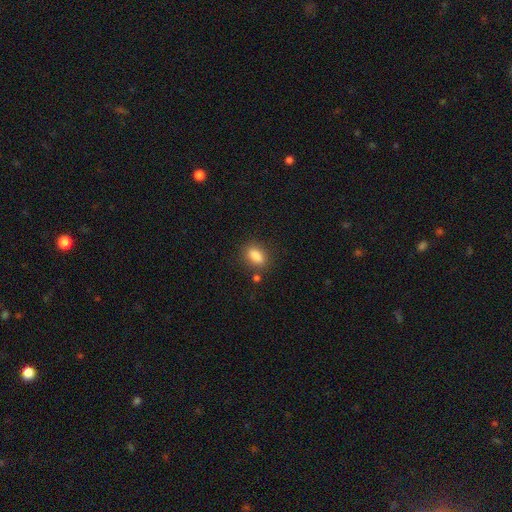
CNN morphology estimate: smooth-or-featured: smooth: 86% | star or artifact: 9% | featured or disk: 5%
  how-rounded: in between: 83% | round: 10% | cigar-shaped: 7%
  merging: none: 80% | minor disturbance: 12% | merger: 4% | major disturbance: 3%